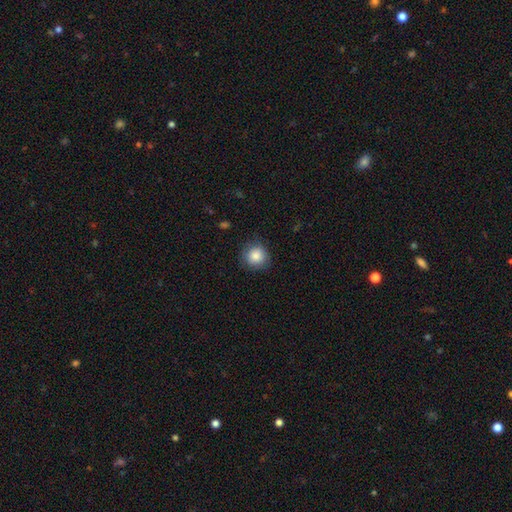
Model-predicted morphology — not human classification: smooth-or-featured: smooth: 86% | star or artifact: 9% | featured or disk: 6%
  how-rounded: round: 91% | in between: 8% | cigar-shaped: 1%
  merging: none: 83% | minor disturbance: 12% | major disturbance: 3% | merger: 1%